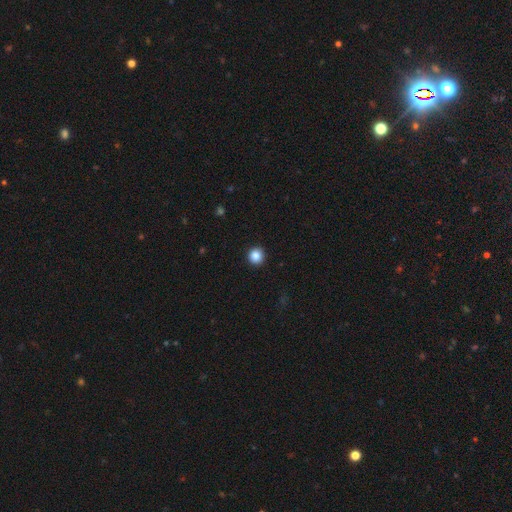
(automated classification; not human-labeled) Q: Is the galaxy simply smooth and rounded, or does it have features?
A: smooth — 86%.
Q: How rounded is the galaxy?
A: round — 95%.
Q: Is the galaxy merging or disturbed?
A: none — 93%.